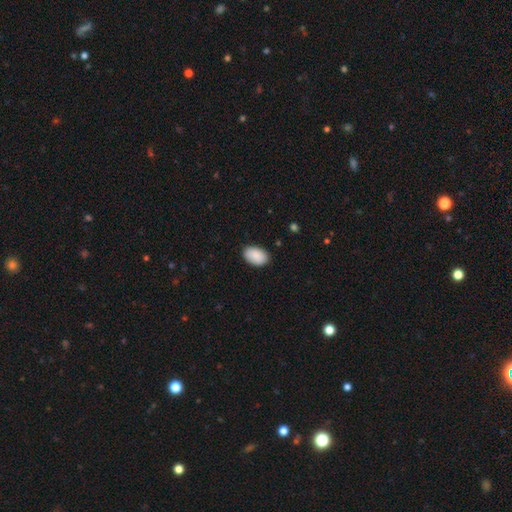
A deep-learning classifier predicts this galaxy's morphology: Smooth or featured?
  - smooth: 91% *
  - star or artifact: 6%
  - featured or disk: 3%
How rounded?
  - in between: 91% *
  - round: 8%
  - cigar-shaped: 1%
Merging?
  - none: 87% *
  - minor disturbance: 10%
  - major disturbance: 2%
  - merger: 1%